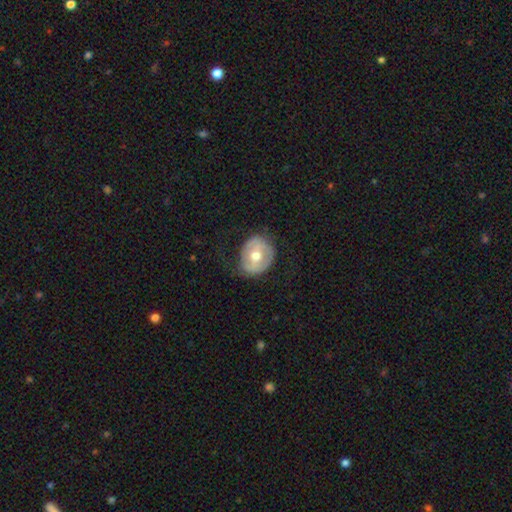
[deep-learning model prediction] Smooth or featured? Predicted: featured or disk (p=0.51). Edge-on disk? Predicted: no (p=0.94). Merging? Predicted: none (p=0.67).